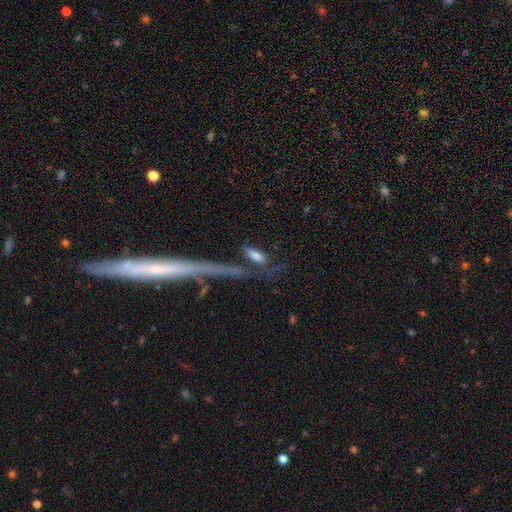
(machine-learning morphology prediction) The model was most divided on "how rounded": in between: 62%, cigar-shaped: 33%, round: 5%. More confident: smooth or featured — smooth (72%); merging — none (54%).